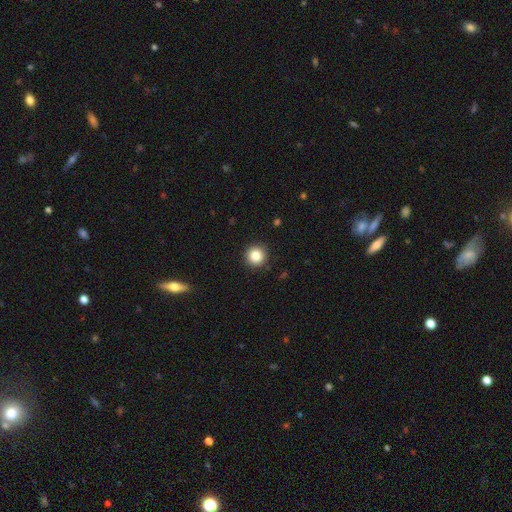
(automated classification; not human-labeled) Smooth or featured? smooth (85%)
How rounded? round (95%)
Merging? none (92%)